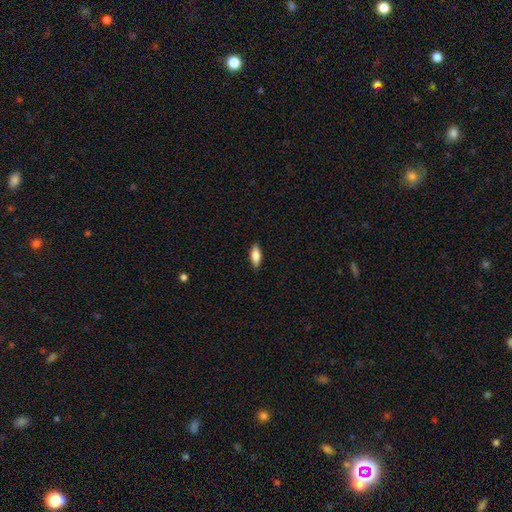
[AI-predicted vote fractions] smooth 82%, featured or disk 11%, star or artifact 6%. Down the decision tree: how rounded — in between (74%); merging — none (86%).